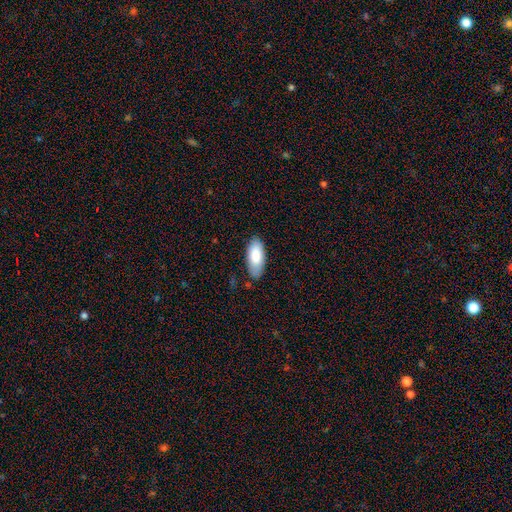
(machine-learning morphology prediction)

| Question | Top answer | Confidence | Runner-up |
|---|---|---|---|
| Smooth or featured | smooth | 84% | featured or disk (11%) |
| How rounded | in between | 87% | cigar-shaped (11%) |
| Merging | none | 82% | minor disturbance (14%) |